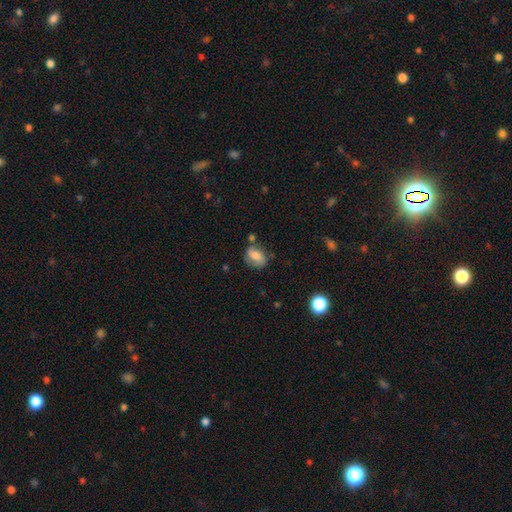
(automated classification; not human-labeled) This is likely a smooth galaxy (64%). How rounded: likely in between (72%). Merging: possibly none (54%).